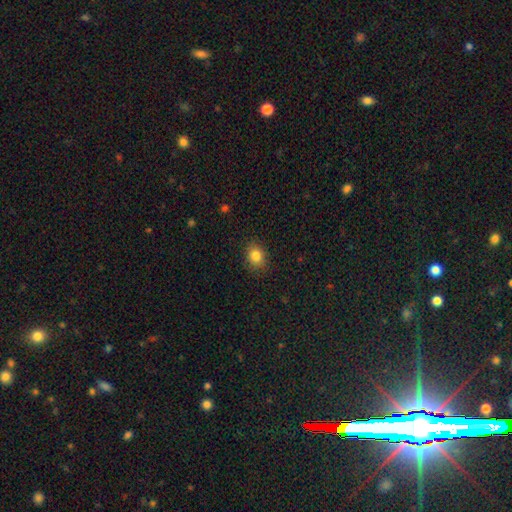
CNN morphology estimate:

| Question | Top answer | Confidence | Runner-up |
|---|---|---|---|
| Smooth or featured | smooth | 84% | star or artifact (11%) |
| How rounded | round | 59% | in between (40%) |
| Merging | none | 86% | minor disturbance (11%) |